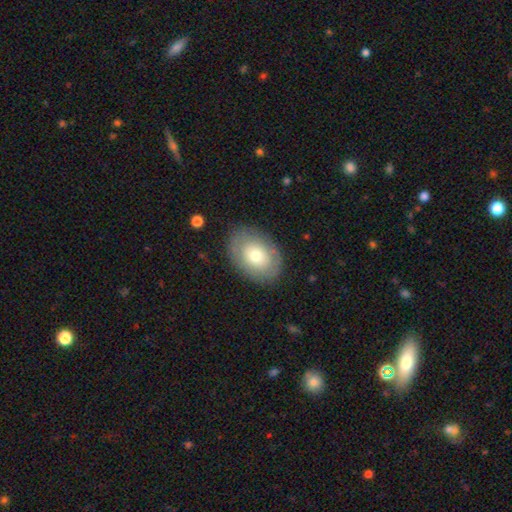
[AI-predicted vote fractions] A smooth galaxy with no disk features (67%) that is in between round and cigar-shaped (79%).

Vote fractions:
- Smooth or featured? smooth: 67% / featured or disk: 26% / star or artifact: 7%
- How rounded? in between: 79% / round: 20% / cigar-shaped: 1%
- Merging? none: 83% / minor disturbance: 12% / major disturbance: 4% / merger: 1%